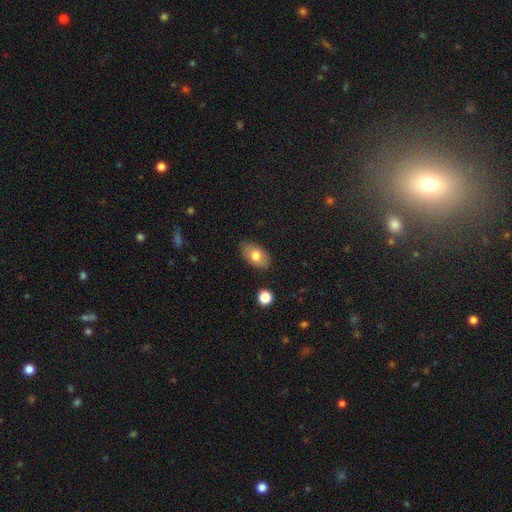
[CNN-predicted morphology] A smooth galaxy with no disk features (76%) that is in between round and cigar-shaped (91%). Merging: none (84%).